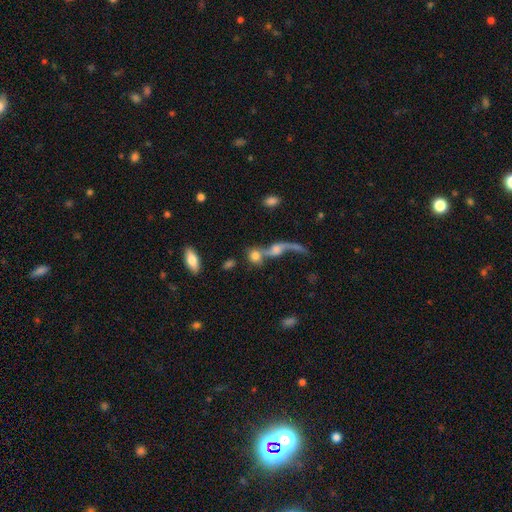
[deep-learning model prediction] smooth-or-featured: smooth: 61% | featured or disk: 27% | star or artifact: 11%
  how-rounded: round: 54% | in between: 39% | cigar-shaped: 6%
  merging: merger: 54% | none: 27% | major disturbance: 11% | minor disturbance: 9%